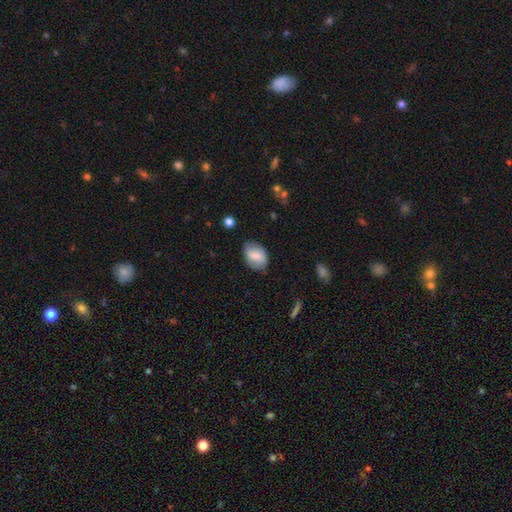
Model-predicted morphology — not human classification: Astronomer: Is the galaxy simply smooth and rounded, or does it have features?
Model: smooth — 76%.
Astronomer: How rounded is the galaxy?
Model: in between — 80%.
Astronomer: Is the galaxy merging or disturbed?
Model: none — 73%.